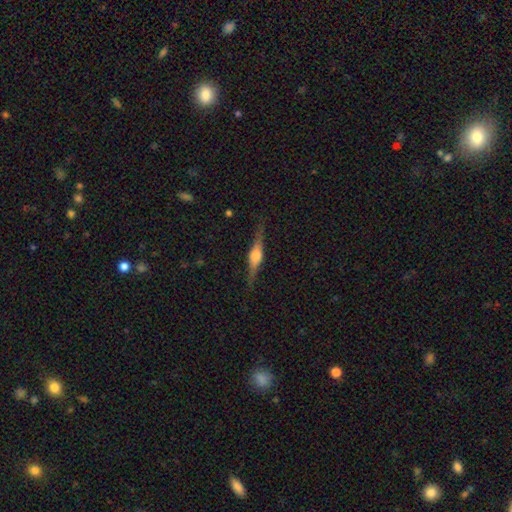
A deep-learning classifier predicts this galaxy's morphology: Smooth or featured? Predicted: featured or disk (p=0.75). Edge-on disk? Predicted: yes (p=0.97). Edge-on bulge? Predicted: rounded (p=0.86). Merging? Predicted: none (p=0.86).